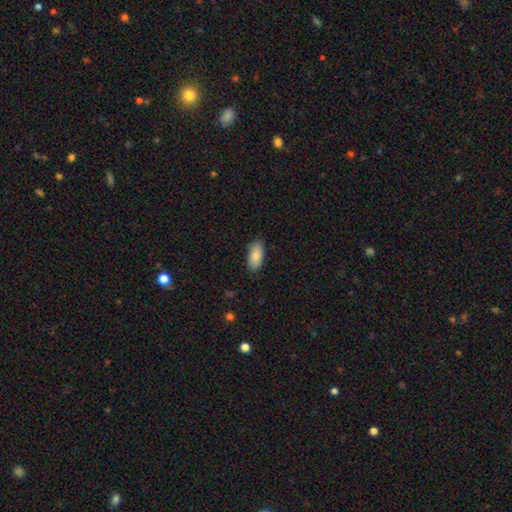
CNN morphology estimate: This appears to be a smooth galaxy with no disk features (86%) that is in between round and cigar-shaped (91%). Merging: none (86%).